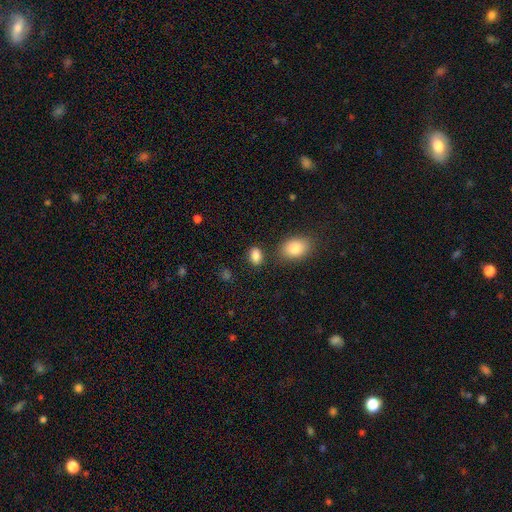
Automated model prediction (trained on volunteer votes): smooth_or_featured: smooth (p=0.87) [alt: star or artifact p=0.09]
how_rounded: in between (p=0.82) [alt: round p=0.16]
merging: none (p=0.78) [alt: minor disturbance p=0.12]